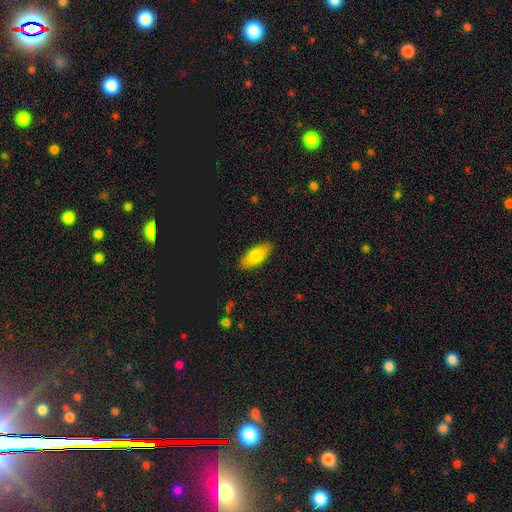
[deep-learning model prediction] This appears to be a smooth galaxy with no disk features (82%) that is in between round and cigar-shaped (82%). Merging: none (87%).